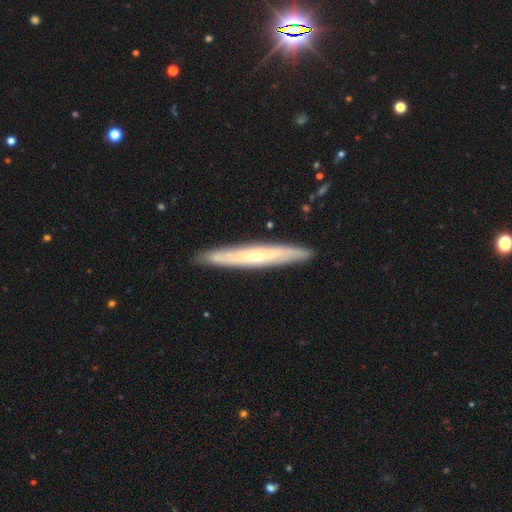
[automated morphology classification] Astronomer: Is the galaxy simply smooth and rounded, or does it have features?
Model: featured or disk — 61%.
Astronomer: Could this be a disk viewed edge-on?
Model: yes — 84%.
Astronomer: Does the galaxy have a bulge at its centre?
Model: rounded — 58% (runner-up: none, 39%).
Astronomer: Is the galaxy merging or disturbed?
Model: none — 90%.